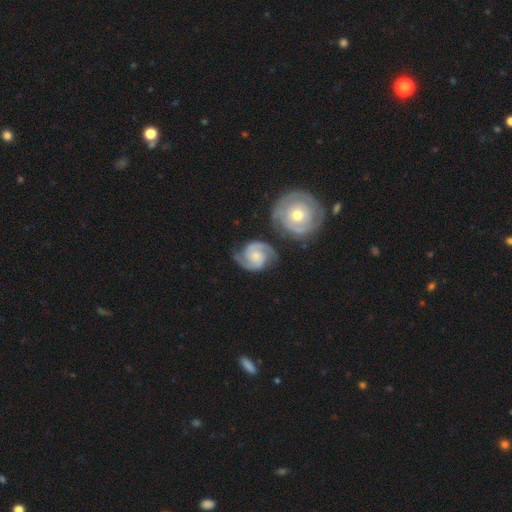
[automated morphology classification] Smooth or featured? featured or disk (91%)
Edge-on disk? no (98%)
Bar? no (67%)
Spiral arms? yes (98%)
Spiral winding? medium (47%)
Spiral arm count? 2 (93%)
Bulge size? small (48%)
Merging? none (72%)